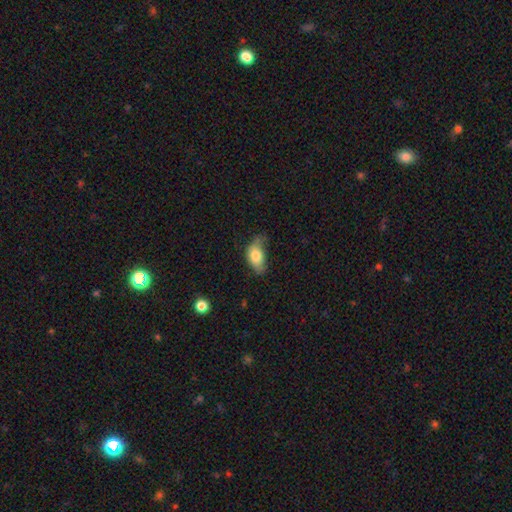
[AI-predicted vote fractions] Morphology: type=smooth (75%); roundness=in between (89%); merging=minor disturbance (41%).